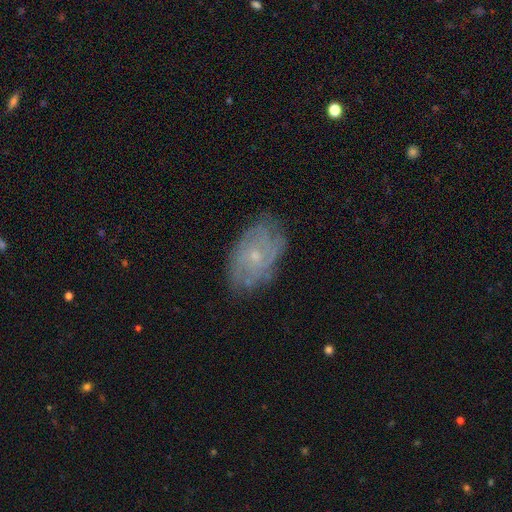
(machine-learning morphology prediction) This is likely a featured or disk galaxy (69%). It is clearly not viewed edge-on (95%). Bar: clearly no (81%). Spiral arm pattern: clearly yes (83%). Spiral arm count: possibly can't tell (54%). Spiral winding: possibly tight (58%). Central bulge: likely small (74%). Merging: likely none (75%).